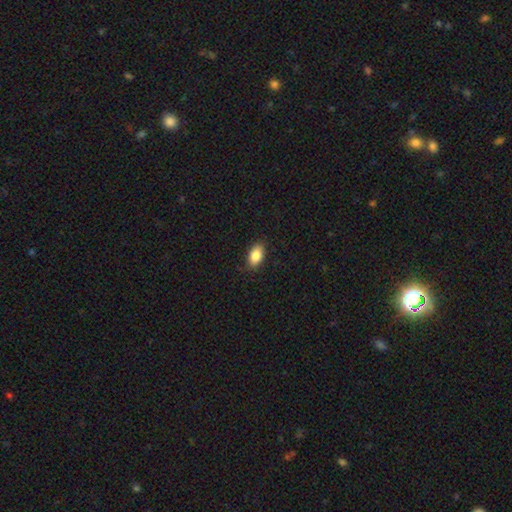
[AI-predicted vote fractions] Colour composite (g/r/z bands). It shows a smooth galaxy with no disk features (86%) that is in between round and cigar-shaped (91%). Merging: none (88%).